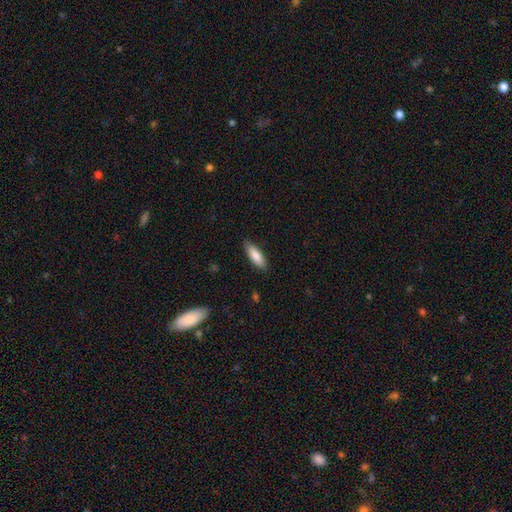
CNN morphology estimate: Smooth or featured?
  - smooth: 83% *
  - featured or disk: 11%
  - star or artifact: 6%
How rounded?
  - in between: 58% *
  - cigar-shaped: 41%
  - round: 2%
Merging?
  - none: 86% *
  - minor disturbance: 11%
  - major disturbance: 2%
  - merger: 1%